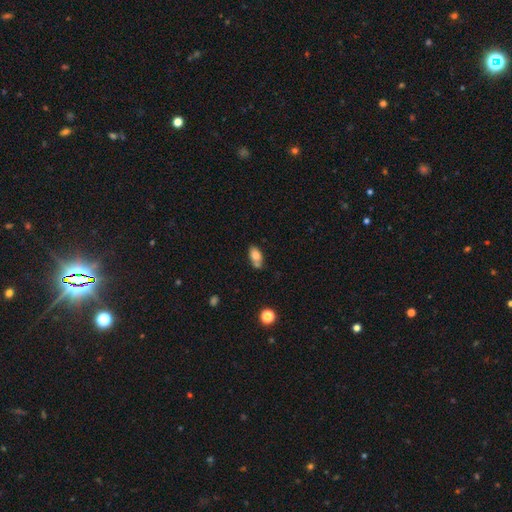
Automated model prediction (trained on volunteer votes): Smooth or featured: smooth — 78% (featured or disk — 13%)
How rounded: in between — 88% (round — 8%)
Merging: none — 55% (merger — 22%)